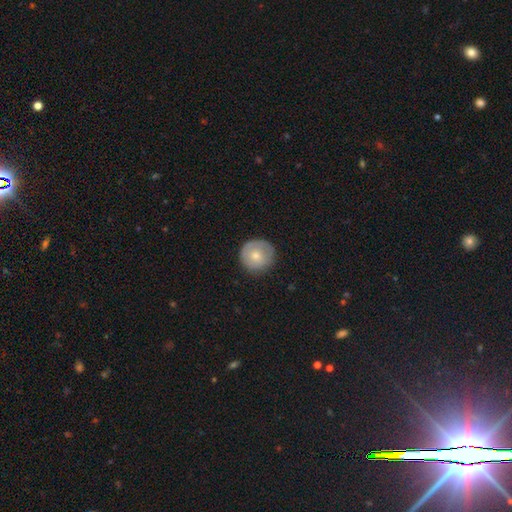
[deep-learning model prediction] Morphology: type=smooth (65%); roundness=round (94%); merging=none (81%).